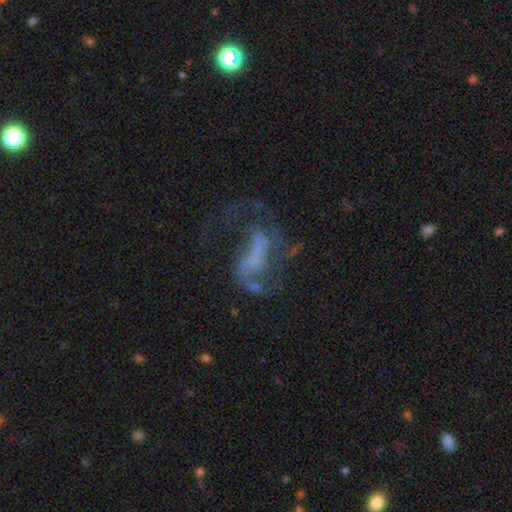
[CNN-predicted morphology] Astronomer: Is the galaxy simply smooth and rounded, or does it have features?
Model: featured or disk — 71%.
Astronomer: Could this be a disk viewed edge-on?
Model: no — 96%.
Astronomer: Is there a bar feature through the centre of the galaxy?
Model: no — 43% (runner-up: weak, 32%).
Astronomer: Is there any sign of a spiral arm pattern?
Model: yes — 69%.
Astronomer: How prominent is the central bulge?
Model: none — 65%.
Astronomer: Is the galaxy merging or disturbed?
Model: major disturbance — 45% (runner-up: none, 34%).